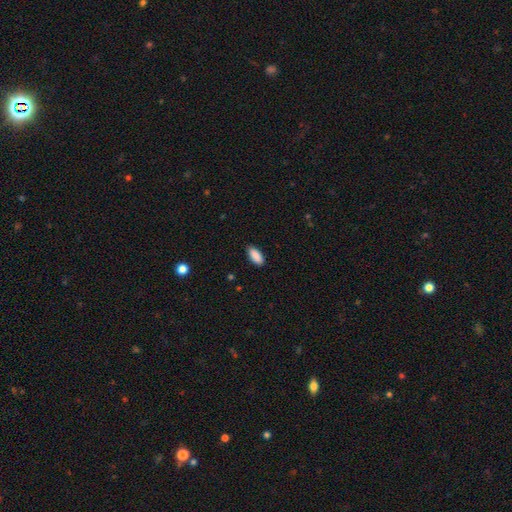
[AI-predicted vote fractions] smooth_or_featured: smooth (p=0.90) [alt: star or artifact p=0.06]
how_rounded: in between (p=0.88) [alt: cigar-shaped p=0.10]
merging: none (p=0.88) [alt: minor disturbance p=0.09]